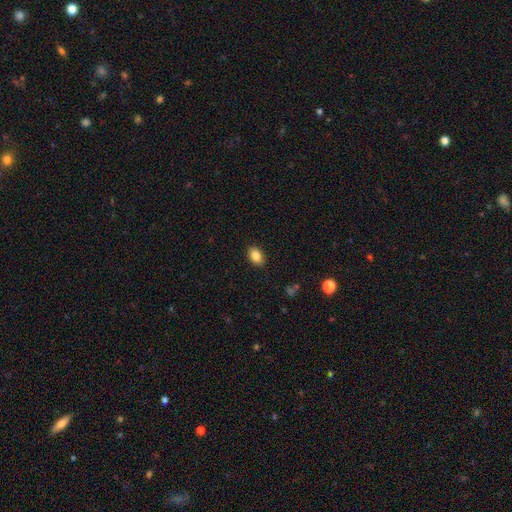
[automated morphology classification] Overall: smooth (86%). How rounded: in between (79%). Merging: none (88%).